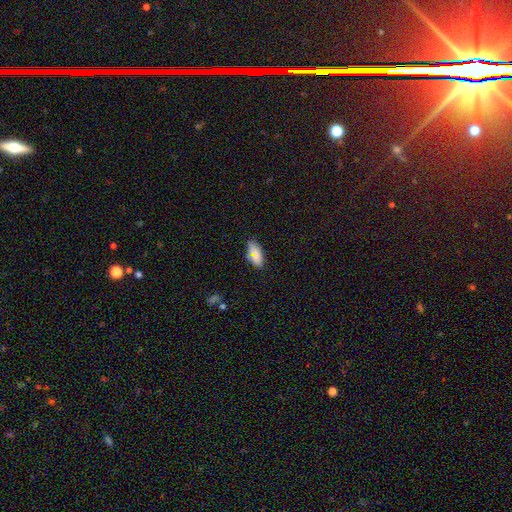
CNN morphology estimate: This is likely a smooth galaxy (79%). How rounded: clearly in between (90%). Merging: likely none (74%).